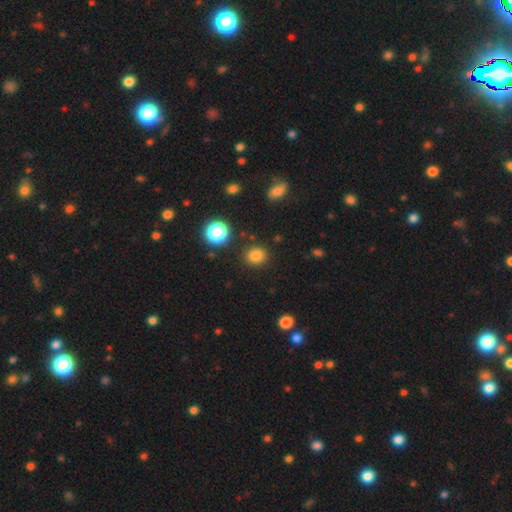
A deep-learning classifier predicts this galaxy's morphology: This is clearly a smooth galaxy (82%). How rounded: likely round (75%). Merging: clearly none (87%).